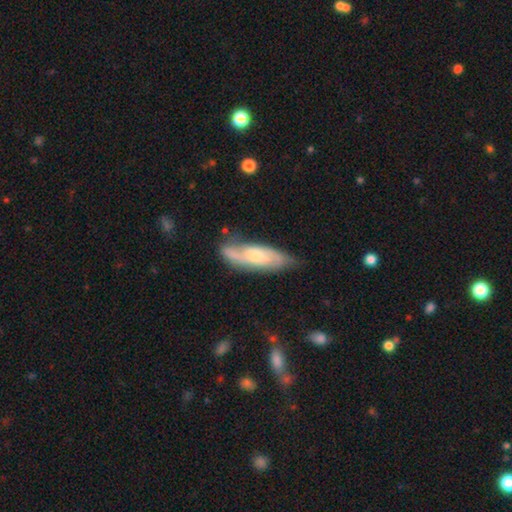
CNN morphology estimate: smooth_or_featured: featured or disk (p=0.64) [alt: smooth p=0.30]
disk_edge_on: no (p=0.78) [alt: yes p=0.22]
bar: no (p=0.50) [alt: weak p=0.39]
has_spiral_arms: yes (p=0.89) [alt: no p=0.11]
bulge_size: moderate (p=0.43) [alt: small p=0.33]
merging: none (p=0.63) [alt: minor disturbance p=0.25]